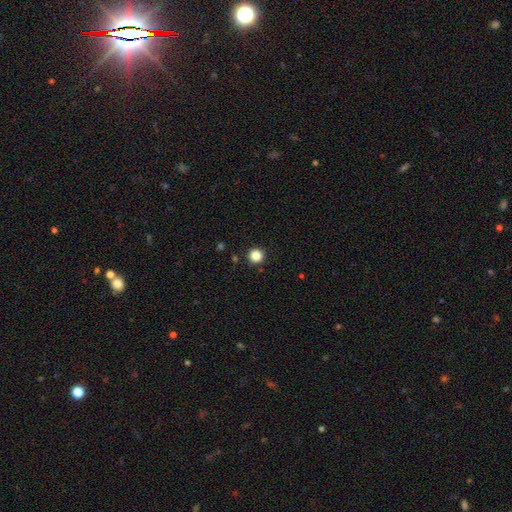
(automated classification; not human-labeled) smooth-or-featured: smooth: 85% | star or artifact: 12% | featured or disk: 3%
  how-rounded: round: 96% | in between: 3% | cigar-shaped: 1%
  merging: none: 93% | minor disturbance: 5% | major disturbance: 2% | merger: 1%